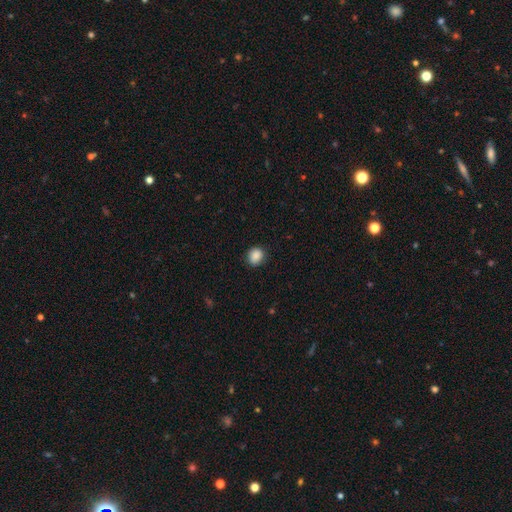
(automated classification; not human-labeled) This appears to be a smooth galaxy with no disk features (88%) that is round (71%). Merging: none (85%).